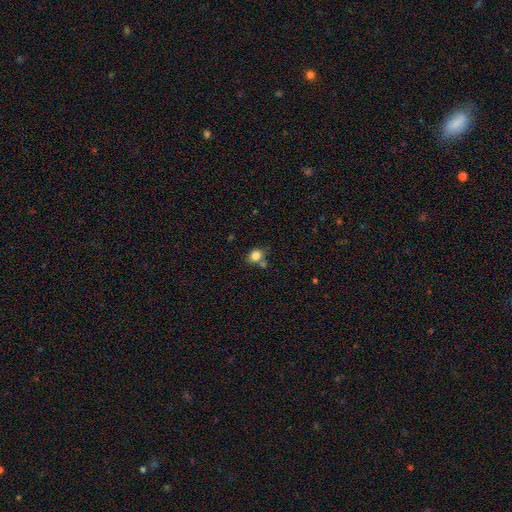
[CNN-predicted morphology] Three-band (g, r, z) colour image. It shows a smooth galaxy with no disk features (81%) that is round (72%). Merging: none (60%).